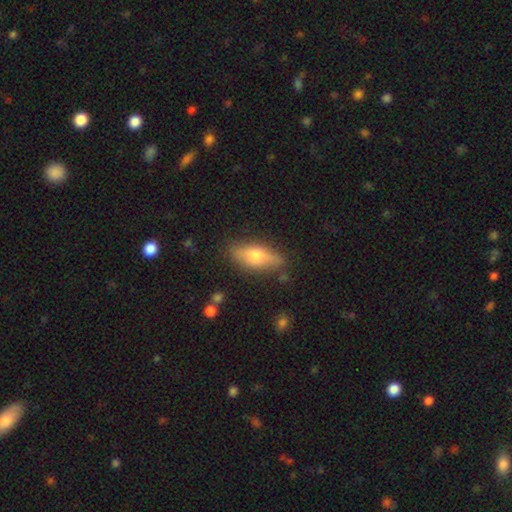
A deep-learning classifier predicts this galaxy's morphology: This is possibly a smooth galaxy (56%). How rounded: likely in between (66%). Merging: clearly none (81%).